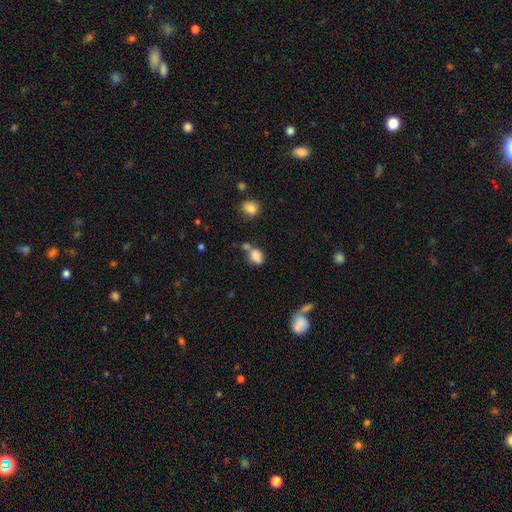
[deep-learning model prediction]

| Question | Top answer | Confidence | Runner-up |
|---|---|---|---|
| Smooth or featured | smooth | 81% | star or artifact (11%) |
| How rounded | in between | 71% | round (28%) |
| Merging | none | 43% | merger (30%) |